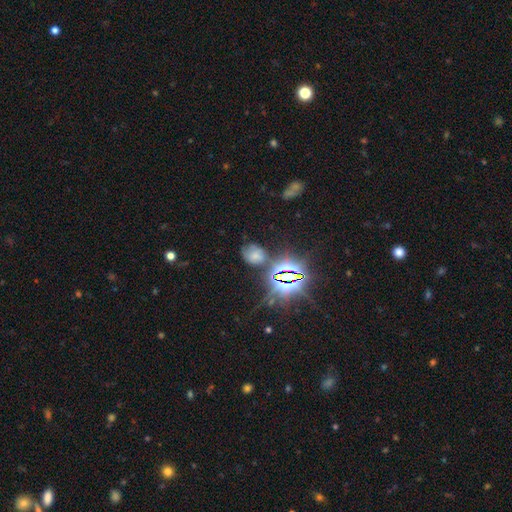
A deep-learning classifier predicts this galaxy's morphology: Smooth or featured? smooth (40%)
Merging? none (57%)